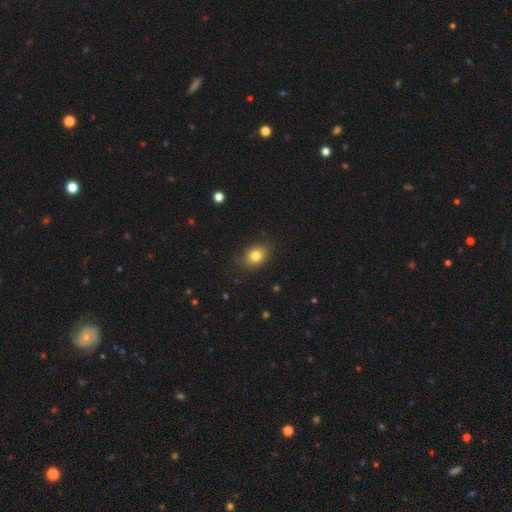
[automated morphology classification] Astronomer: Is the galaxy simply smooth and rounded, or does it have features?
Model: smooth — 82%.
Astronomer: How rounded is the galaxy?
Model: in between — 65%.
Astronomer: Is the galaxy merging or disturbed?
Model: none — 81%.